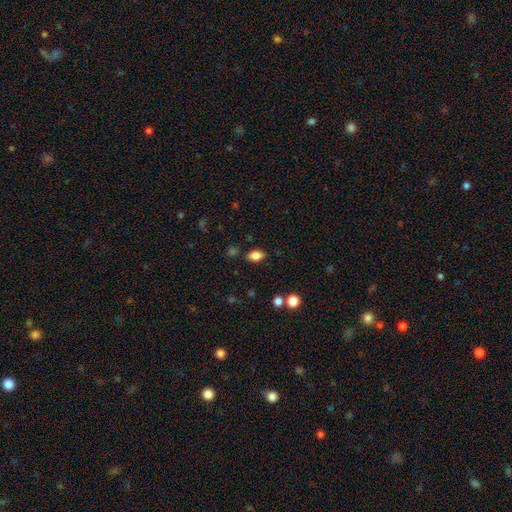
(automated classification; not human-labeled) smooth-or-featured: smooth: 83% | star or artifact: 10% | featured or disk: 7%
  how-rounded: in between: 87% | round: 11% | cigar-shaped: 2%
  merging: none: 83% | minor disturbance: 11% | merger: 3% | major disturbance: 3%